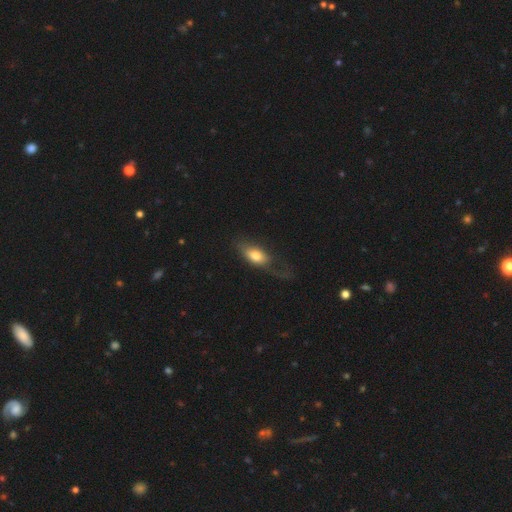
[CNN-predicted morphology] Smooth or featured: smooth — 71% (featured or disk — 22%)
How rounded: in between — 85% (round — 8%)
Merging: major disturbance — 40% (none — 34%)